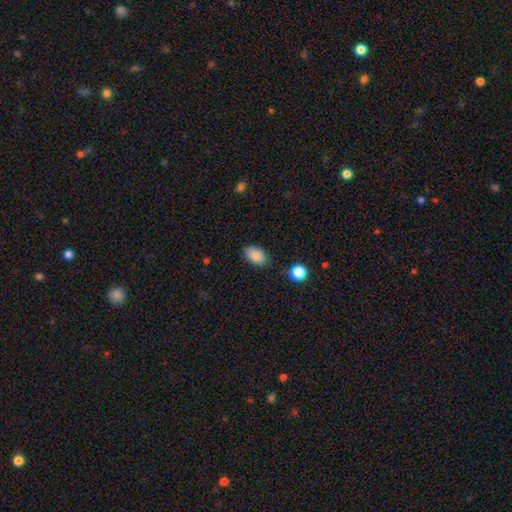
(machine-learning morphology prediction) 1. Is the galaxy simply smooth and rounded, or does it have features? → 86% smooth, 8% star or artifact, 6% featured or disk.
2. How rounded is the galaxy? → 90% in between, 8% round, 2% cigar-shaped.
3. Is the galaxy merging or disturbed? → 79% none, 15% minor disturbance, 3% major disturbance, 3% merger.